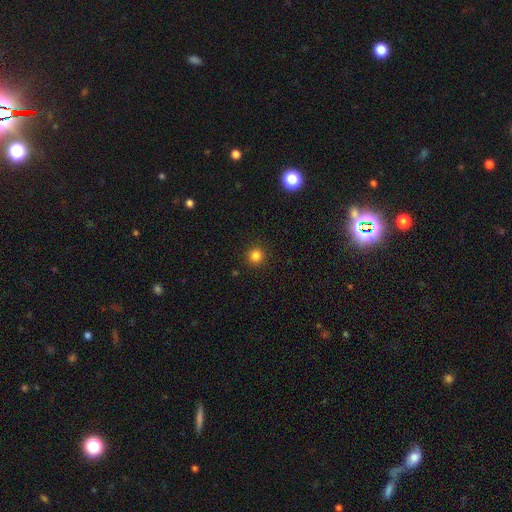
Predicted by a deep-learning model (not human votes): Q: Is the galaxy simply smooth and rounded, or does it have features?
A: smooth — 82%.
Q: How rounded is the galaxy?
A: round — 95%.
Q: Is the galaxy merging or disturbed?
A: none — 92%.